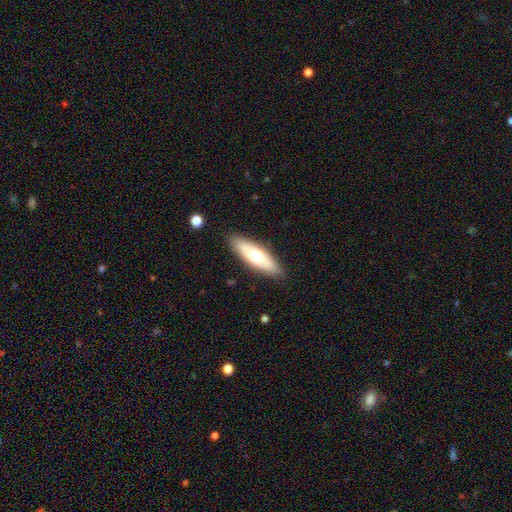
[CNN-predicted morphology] Smooth or featured?
  - smooth: 61% *
  - featured or disk: 34%
  - star or artifact: 6%
How rounded?
  - cigar-shaped: 50% *
  - in between: 48%
  - round: 2%
Merging?
  - none: 87% *
  - minor disturbance: 10%
  - major disturbance: 2%
  - merger: 1%